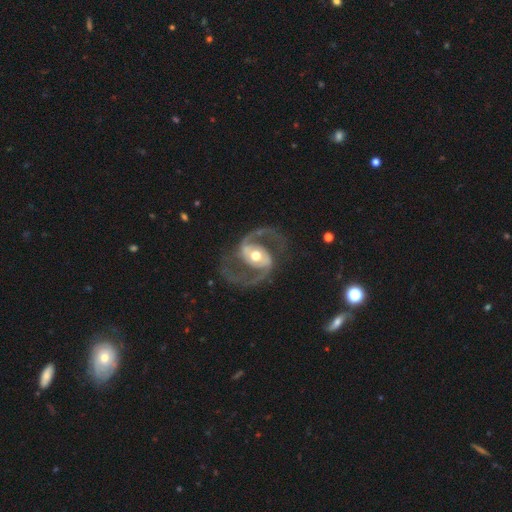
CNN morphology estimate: Overall: featured or disk (93%). Edge-on disk: no (98%). Bar: no (45%; weak 33%). Spiral arms: yes (97%). Spiral arm count: 2 (95%). Spiral winding: medium (58%; loose 30%). Bulge size: moderate (72%). Merging: none (77%).